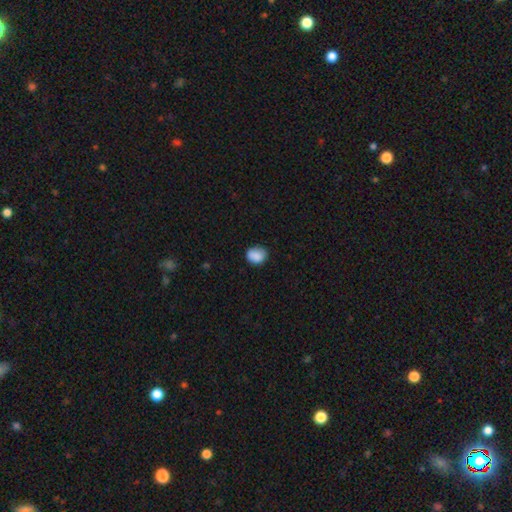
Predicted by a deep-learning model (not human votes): A smooth galaxy with no disk features (87%) that is round (57%).

Vote fractions:
- Smooth or featured? smooth: 87% / star or artifact: 8% / featured or disk: 4%
- How rounded? round: 57% / in between: 42% / cigar-shaped: 1%
- Merging? none: 75% / minor disturbance: 21% / major disturbance: 4% / merger: 1%